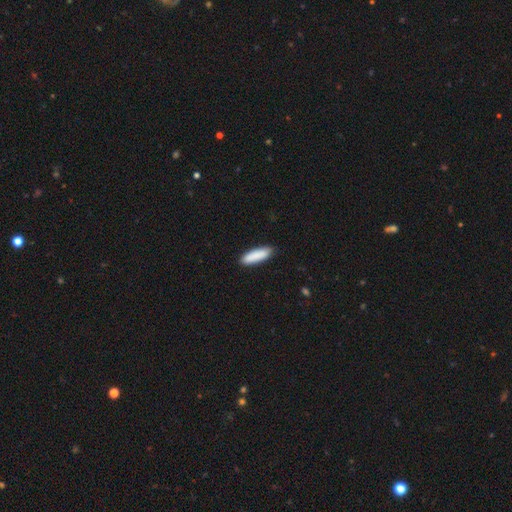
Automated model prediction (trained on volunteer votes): This appears to be a smooth galaxy with no disk features (89%) that is cigar-shaped (59%). Merging: none (88%).